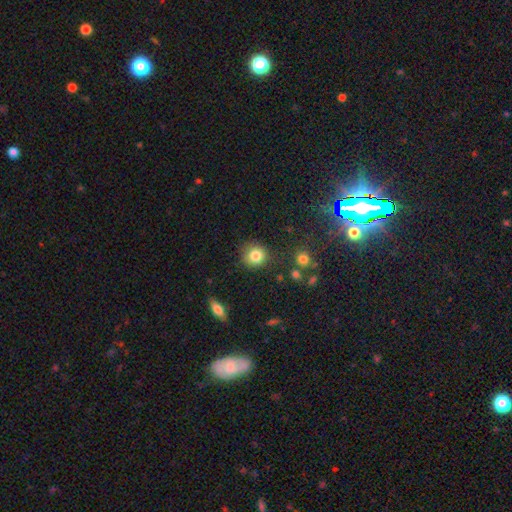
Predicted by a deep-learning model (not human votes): Q: Smooth or featured?
A: smooth (83%); runner-up: star or artifact (10%)
Q: How rounded?
A: round (86%); runner-up: in between (13%)
Q: Merging?
A: none (79%); runner-up: minor disturbance (14%)